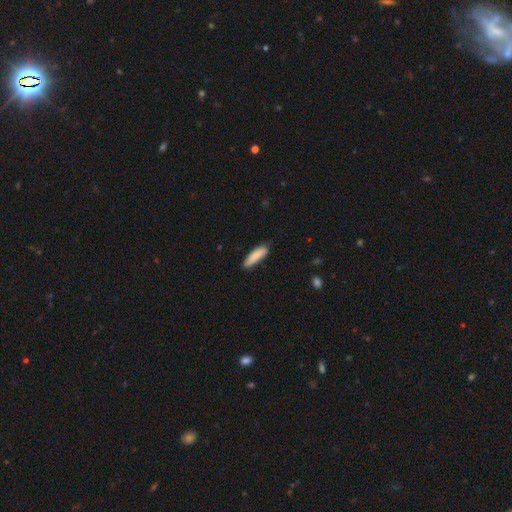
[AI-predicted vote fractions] Q: Smooth or featured?
A: smooth (85%); runner-up: featured or disk (9%)
Q: How rounded?
A: cigar-shaped (59%); runner-up: in between (40%)
Q: Merging?
A: none (81%); runner-up: minor disturbance (16%)